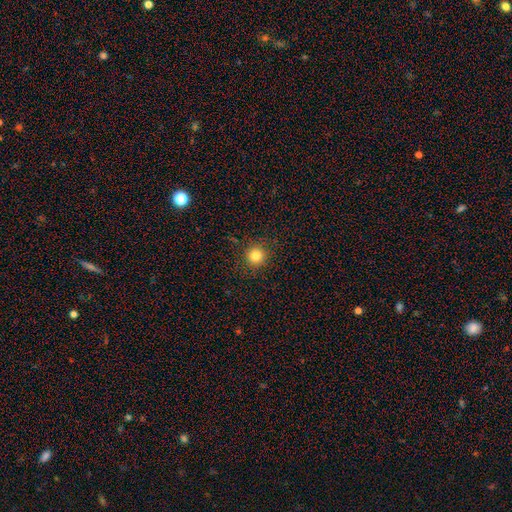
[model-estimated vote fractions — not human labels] Q: Smooth or featured?
A: smooth (82%); runner-up: star or artifact (13%)
Q: How rounded?
A: round (93%); runner-up: in between (6%)
Q: Merging?
A: none (90%); runner-up: minor disturbance (6%)